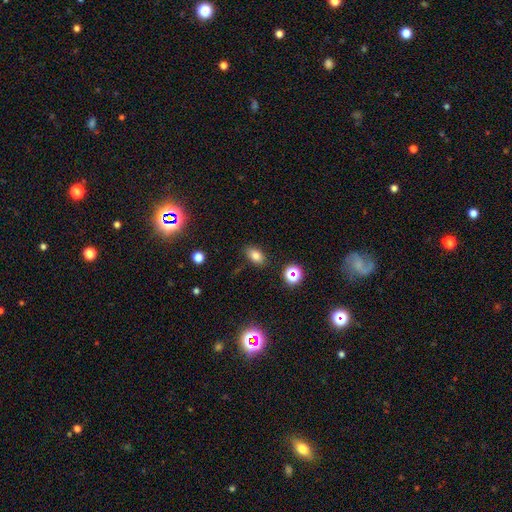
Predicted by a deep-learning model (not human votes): Morphology: type=smooth (76%); roundness=in between (84%); merging=none (84%).